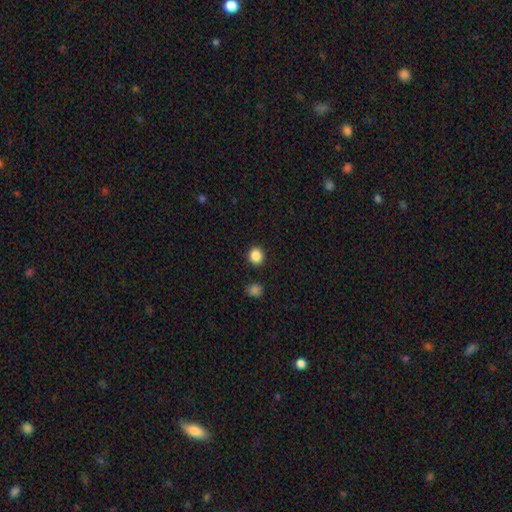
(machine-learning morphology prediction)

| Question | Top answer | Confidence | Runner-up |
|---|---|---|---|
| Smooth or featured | smooth | 86% | star or artifact (10%) |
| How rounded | round | 89% | in between (10%) |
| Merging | none | 91% | minor disturbance (5%) |